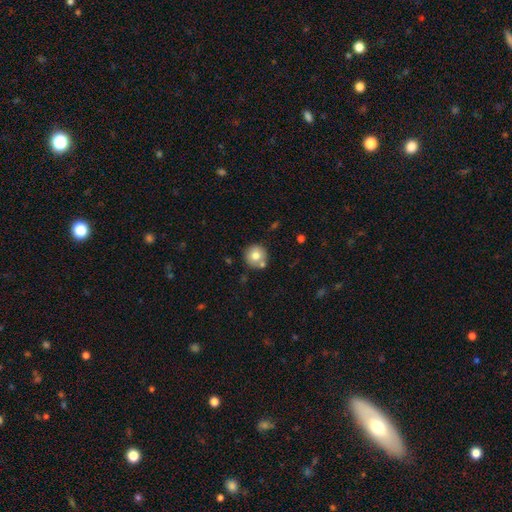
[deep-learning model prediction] This is likely a smooth galaxy (76%). How rounded: clearly round (93%). Merging: likely none (72%).